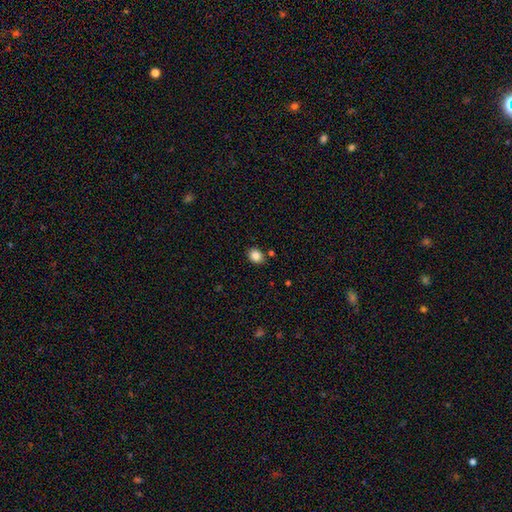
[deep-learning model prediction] This appears to be a smooth galaxy with no disk features (85%) that is round (59%). Merging: none (82%).